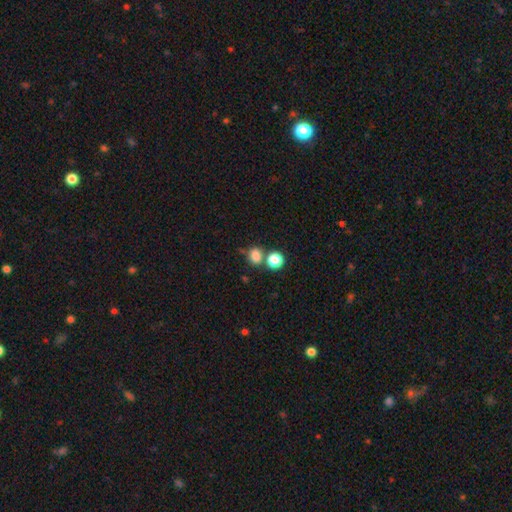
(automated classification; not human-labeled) smooth 82%, star or artifact 13%, featured or disk 6%. Down the decision tree: how rounded — round (62%); merging — none (56%).